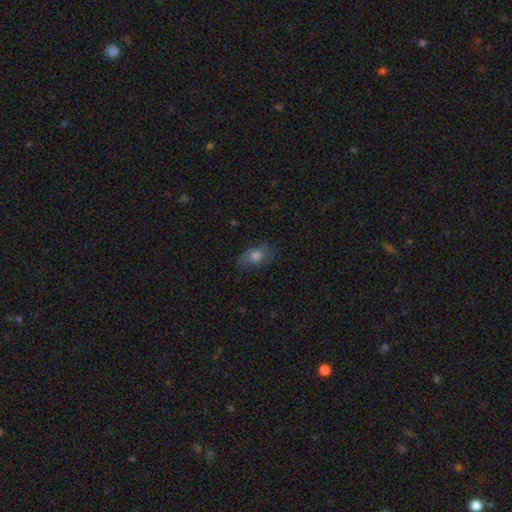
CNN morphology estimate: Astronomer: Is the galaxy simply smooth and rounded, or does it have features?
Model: smooth — 66%.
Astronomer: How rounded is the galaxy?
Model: in between — 79%.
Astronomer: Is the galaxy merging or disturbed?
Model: none — 73%.